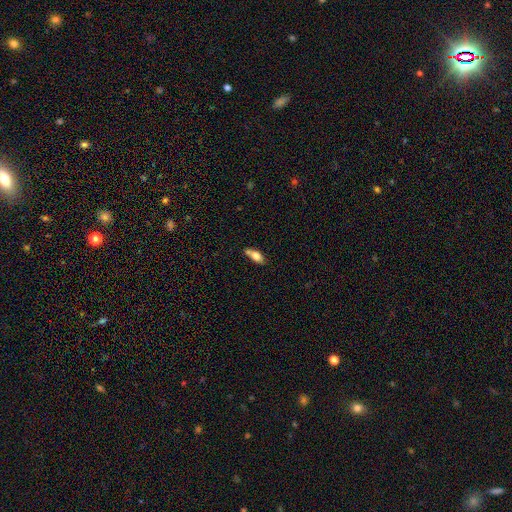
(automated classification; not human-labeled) Morphology: type=smooth (75%); roundness=in between (83%); merging=none (48%).